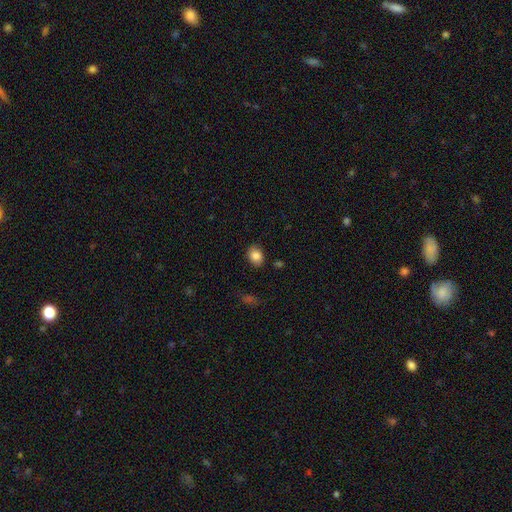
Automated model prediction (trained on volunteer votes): Smooth or featured? smooth (85%)
How rounded? in between (60%)
Merging? none (84%)